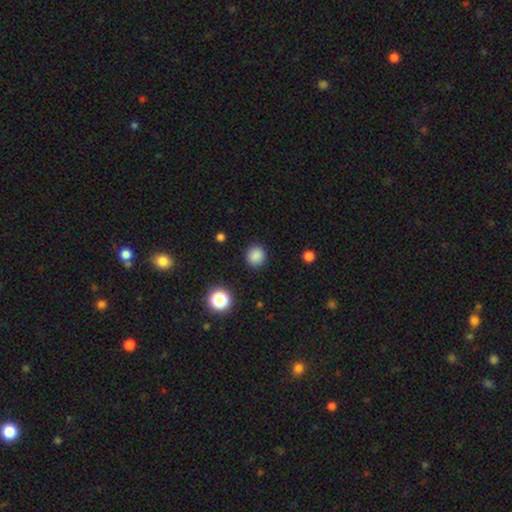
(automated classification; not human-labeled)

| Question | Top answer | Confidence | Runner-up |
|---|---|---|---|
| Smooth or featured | smooth | 85% | star or artifact (12%) |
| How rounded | round | 89% | in between (11%) |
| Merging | none | 89% | minor disturbance (7%) |